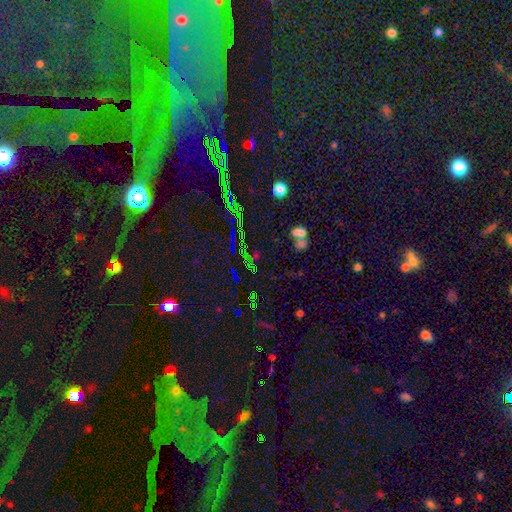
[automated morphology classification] A star or artifact, not a galaxy (62%).

Vote fractions:
- Smooth or featured? star or artifact: 62% / smooth: 26% / featured or disk: 12%